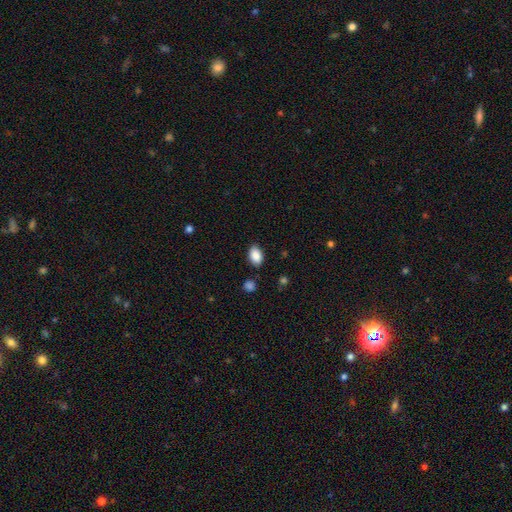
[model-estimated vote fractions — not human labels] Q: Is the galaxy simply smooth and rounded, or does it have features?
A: smooth — 88%.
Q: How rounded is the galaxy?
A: in between — 89%.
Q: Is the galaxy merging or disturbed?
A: none — 82%.